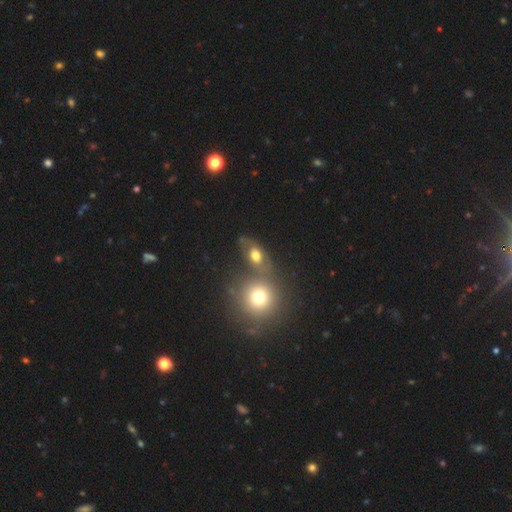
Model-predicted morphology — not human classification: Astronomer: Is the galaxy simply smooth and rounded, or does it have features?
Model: smooth — 57%.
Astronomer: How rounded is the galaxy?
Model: in between — 61%.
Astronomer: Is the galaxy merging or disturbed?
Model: none — 44% (runner-up: merger, 35%).